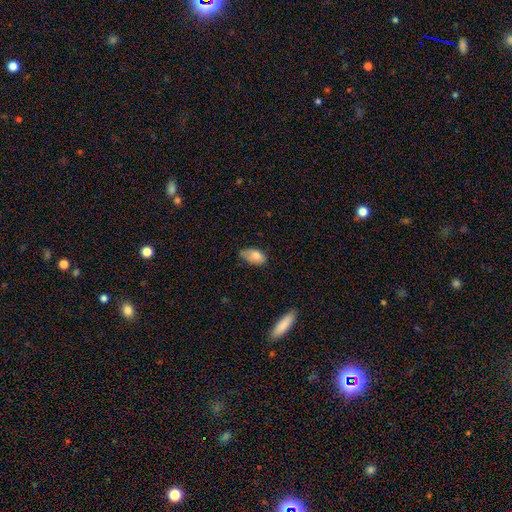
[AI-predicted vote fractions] Q: Smooth or featured?
A: smooth (79%); runner-up: featured or disk (14%)
Q: How rounded?
A: in between (92%); runner-up: round (5%)
Q: Merging?
A: none (51%); runner-up: minor disturbance (38%)